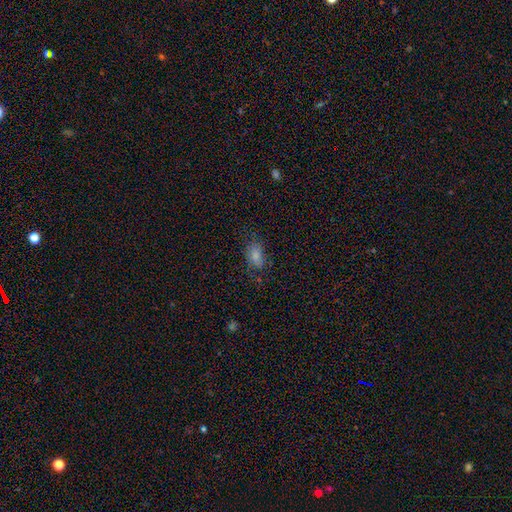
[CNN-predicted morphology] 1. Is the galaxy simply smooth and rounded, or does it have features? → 80% smooth, 11% star or artifact, 10% featured or disk.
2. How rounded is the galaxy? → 88% in between, 10% round, 3% cigar-shaped.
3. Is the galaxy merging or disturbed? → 67% none, 23% minor disturbance, 9% major disturbance, 2% merger.